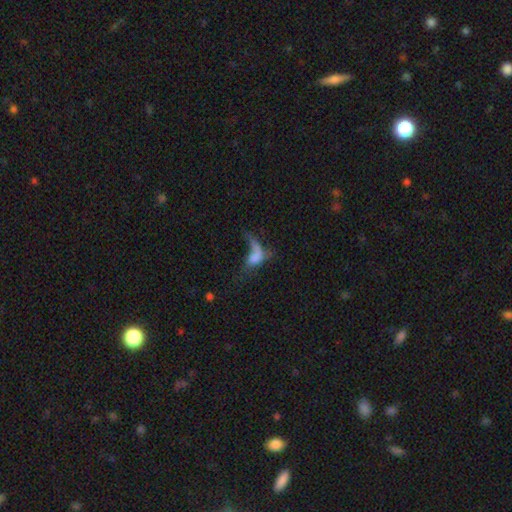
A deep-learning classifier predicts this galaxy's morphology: This is possibly a smooth galaxy (52%). How rounded: likely in between (76%). Merging: possibly major disturbance (53%).